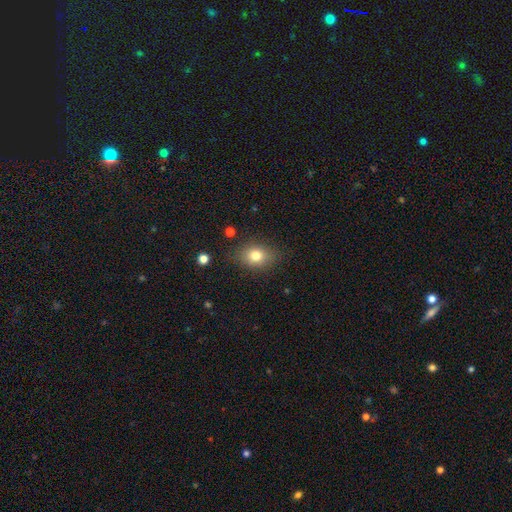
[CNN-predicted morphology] type=smooth (77%); roundness=in between (65%); merging=none (82%).